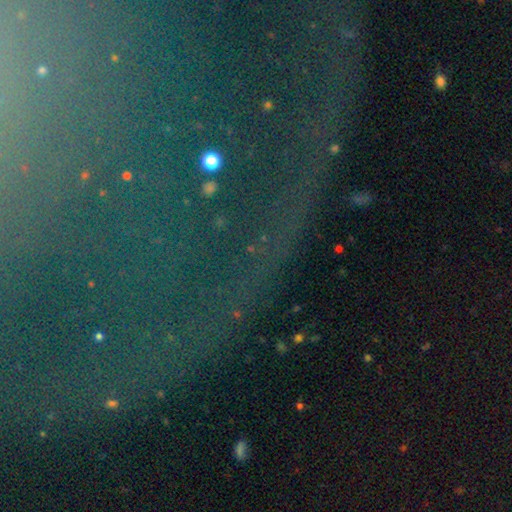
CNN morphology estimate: smooth-or-featured: star or artifact: 78% | featured or disk: 12% | smooth: 10%